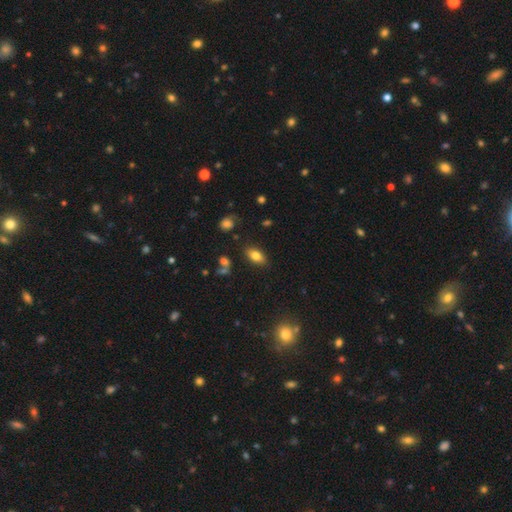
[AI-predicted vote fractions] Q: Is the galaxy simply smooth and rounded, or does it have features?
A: smooth — 79%.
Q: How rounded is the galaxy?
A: in between — 88%.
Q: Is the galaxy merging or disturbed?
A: none — 83%.